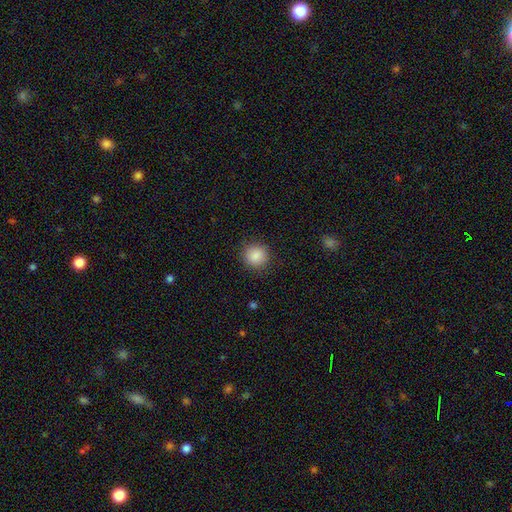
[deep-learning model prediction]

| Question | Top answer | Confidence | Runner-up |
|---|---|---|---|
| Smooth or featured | smooth | 88% | star or artifact (9%) |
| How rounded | round | 92% | in between (7%) |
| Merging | none | 89% | minor disturbance (7%) |